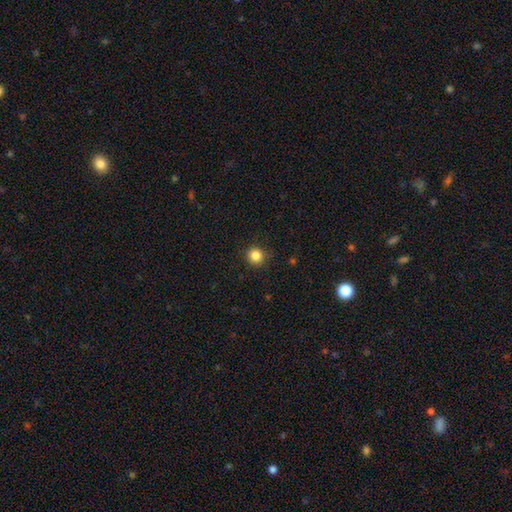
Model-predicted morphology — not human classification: The model was most divided on "smooth or featured": smooth: 84%, star or artifact: 11%, featured or disk: 4%. More confident: how rounded — round (94%); merging — none (91%).